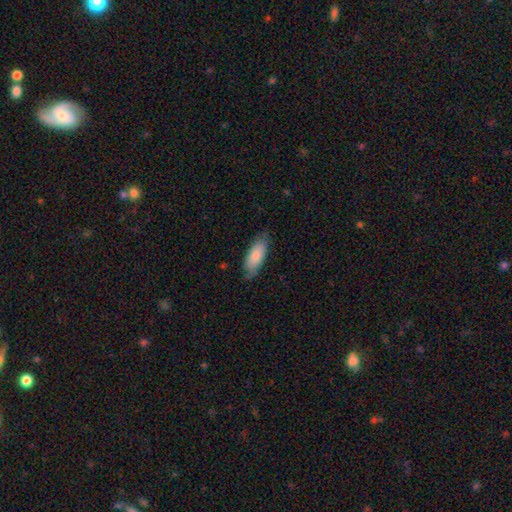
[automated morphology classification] This appears to be a smooth galaxy with no disk features (77%) that is in between round and cigar-shaped (77%). Merging: none (74%).